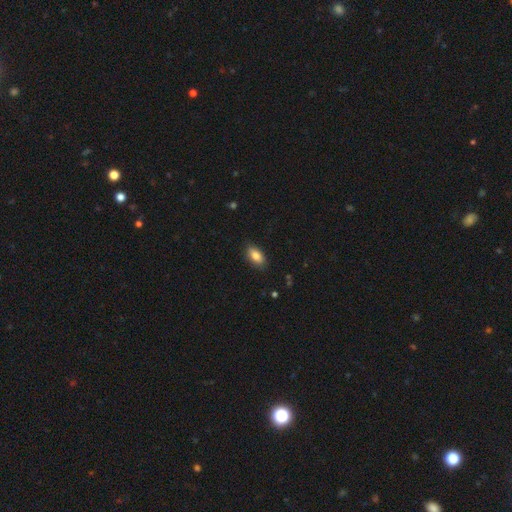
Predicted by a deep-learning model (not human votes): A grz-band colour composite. It shows a smooth galaxy with no disk features (85%) that is in between round and cigar-shaped (91%). Merging: none (86%).